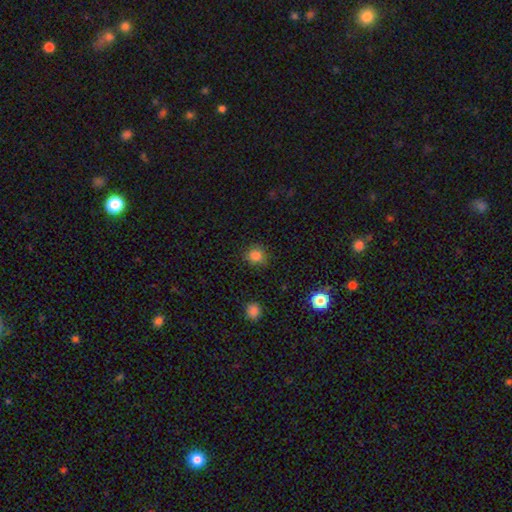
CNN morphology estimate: Q: Smooth or featured?
A: smooth (82%); runner-up: star or artifact (13%)
Q: How rounded?
A: round (87%); runner-up: in between (12%)
Q: Merging?
A: none (86%); runner-up: minor disturbance (10%)